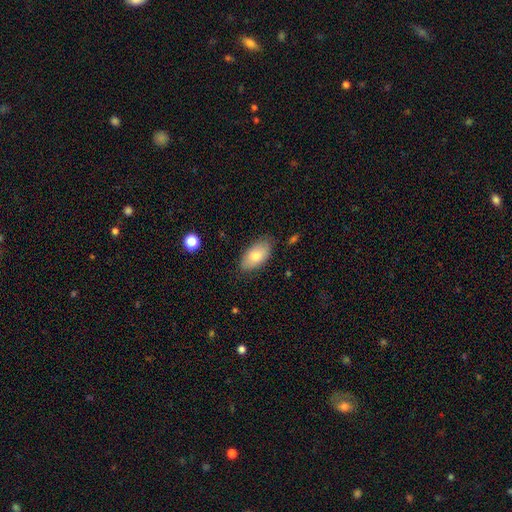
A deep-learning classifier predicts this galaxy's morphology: type=smooth (76%); roundness=in between (94%); merging=none (81%).